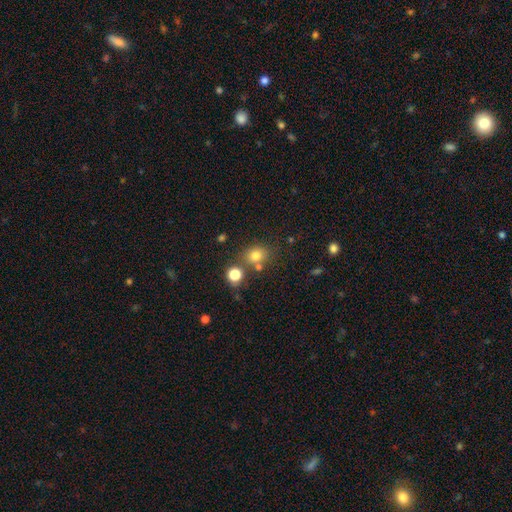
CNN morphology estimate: Q: Smooth or featured?
A: smooth (77%); runner-up: star or artifact (15%)
Q: How rounded?
A: round (65%); runner-up: in between (34%)
Q: Merging?
A: none (66%); runner-up: merger (18%)